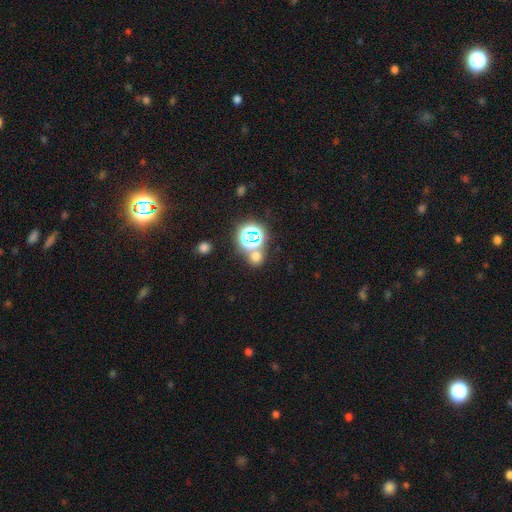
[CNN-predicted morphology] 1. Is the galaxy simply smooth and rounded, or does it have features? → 56% smooth, 38% star or artifact, 7% featured or disk.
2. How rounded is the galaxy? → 79% round, 20% in between, 1% cigar-shaped.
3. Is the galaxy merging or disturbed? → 67% none, 22% merger, 8% minor disturbance, 4% major disturbance.